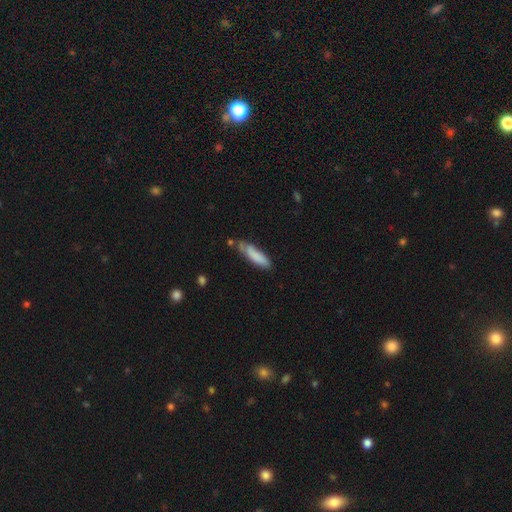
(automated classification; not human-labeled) This appears to be a smooth galaxy with no disk features (79%) that is cigar-shaped (65%). Merging: none (55%).